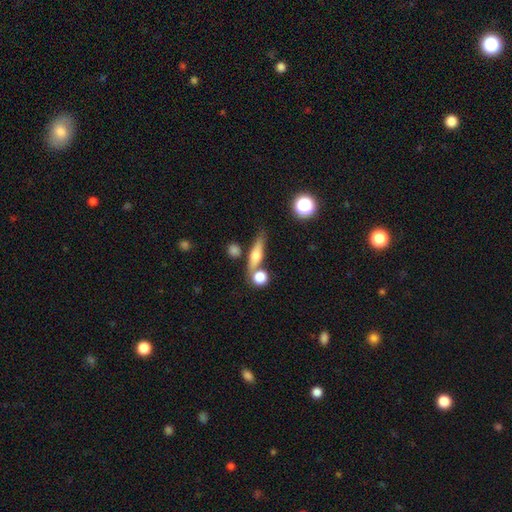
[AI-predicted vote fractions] smooth-or-featured: smooth: 51% | featured or disk: 40% | star or artifact: 9%
  how-rounded: cigar-shaped: 60% | in between: 29% | round: 11%
  merging: none: 66% | merger: 17% | minor disturbance: 13% | major disturbance: 5%